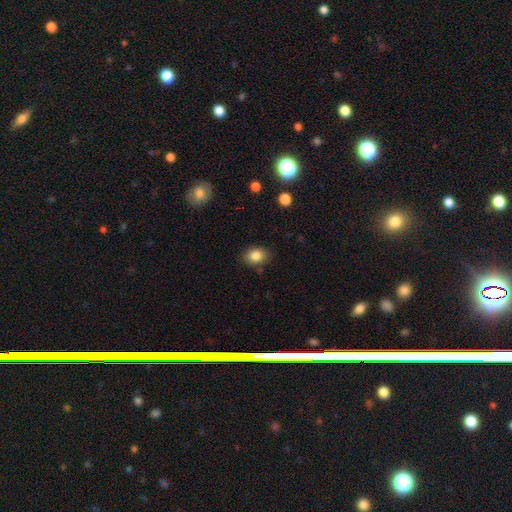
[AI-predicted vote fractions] This is clearly a smooth galaxy (84%). How rounded: likely in between (67%). Merging: clearly none (84%).